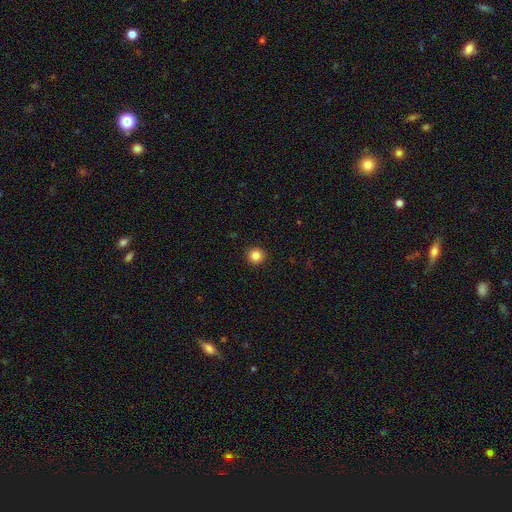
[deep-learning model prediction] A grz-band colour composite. It shows a smooth galaxy with no disk features (85%) that is round (95%). Merging: none (93%).